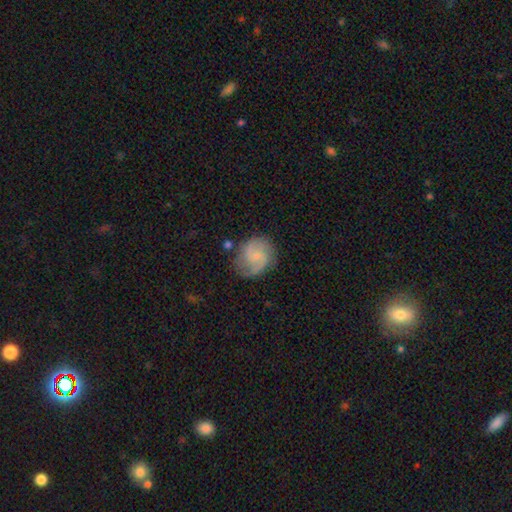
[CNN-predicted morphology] type=featured or disk (68%); edge-on=no (98%); bar=no (60%); spiral arms=yes (93%); winding=medium (48%); arm count=2 (73%); bulge=small (67%); merging=none (67%).